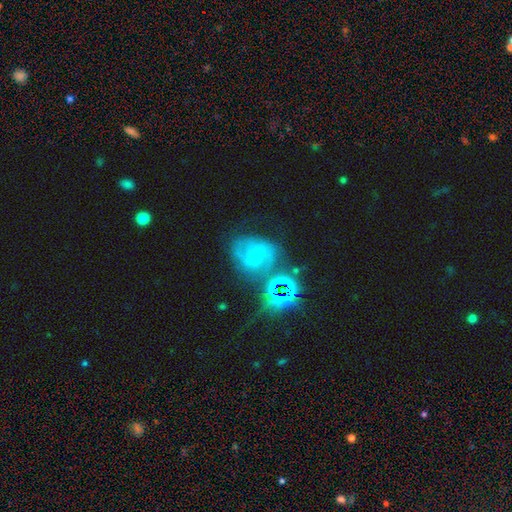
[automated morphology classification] Overall: featured or disk (63%). Edge-on disk: no (97%). Bar: no (70%). Spiral arms: yes (92%). Spiral arm count: 2 (45%; can't tell 23%). Spiral winding: tight (45%; medium 44%). Bulge size: small (79%). Merging: none (57%; minor disturbance 21%).